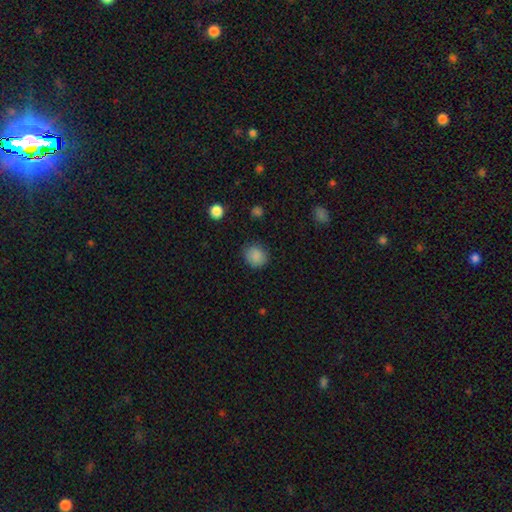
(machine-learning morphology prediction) type=smooth (87%); roundness=round (82%); merging=none (85%).